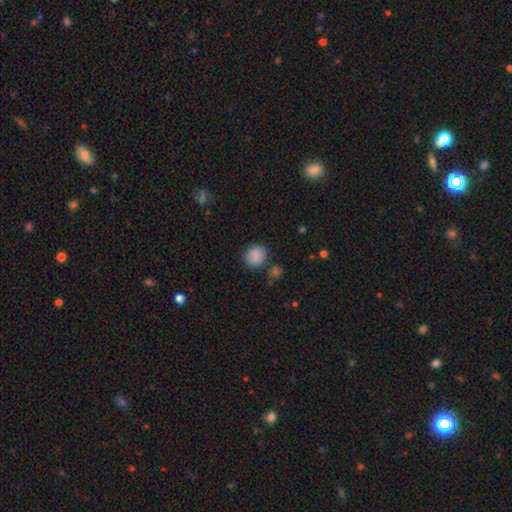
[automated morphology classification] smooth 85%, star or artifact 10%, featured or disk 6%. Down the decision tree: how rounded — round (75%); merging — none (79%).